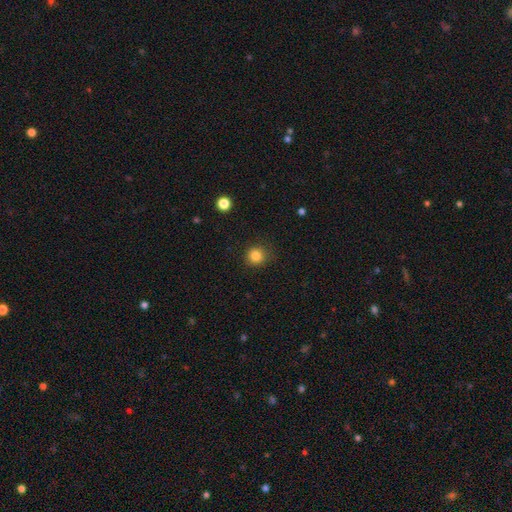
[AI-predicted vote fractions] smooth 84%, star or artifact 12%, featured or disk 5%. Down the decision tree: how rounded — round (91%); merging — none (86%).